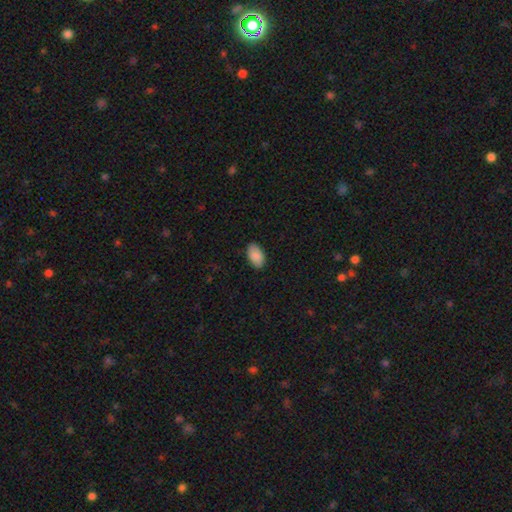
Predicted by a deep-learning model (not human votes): Q: Smooth or featured?
A: smooth (89%); runner-up: star or artifact (6%)
Q: How rounded?
A: in between (94%); runner-up: round (4%)
Q: Merging?
A: none (86%); runner-up: minor disturbance (11%)